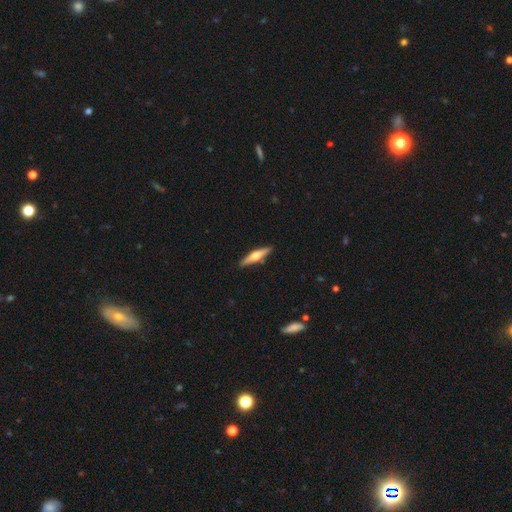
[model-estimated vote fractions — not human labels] Smooth or featured: featured or disk — 58% (smooth — 37%)
Edge-on disk: yes — 96% (no — 4%)
Edge-on bulge: rounded — 91% (boxy — 6%)
Merging: none — 88% (minor disturbance — 8%)